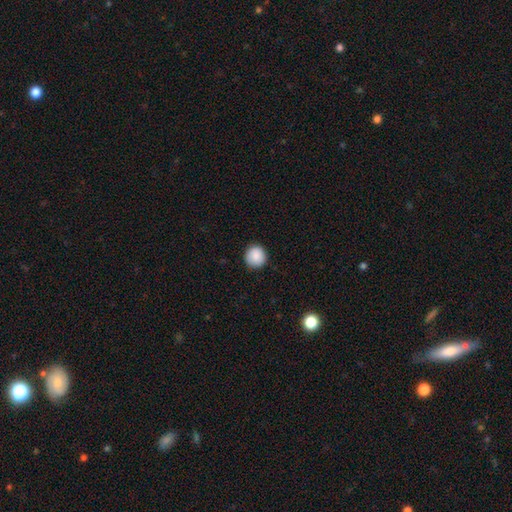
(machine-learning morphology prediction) type=smooth (89%); roundness=round (95%); merging=none (91%).